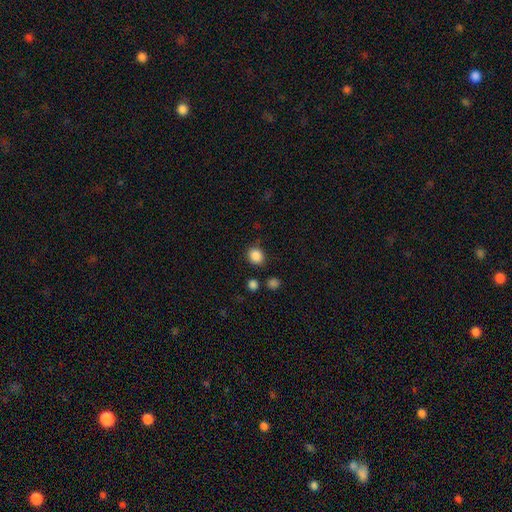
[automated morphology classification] A smooth galaxy with no disk features (87%) that is round (75%). Merging: none (84%).